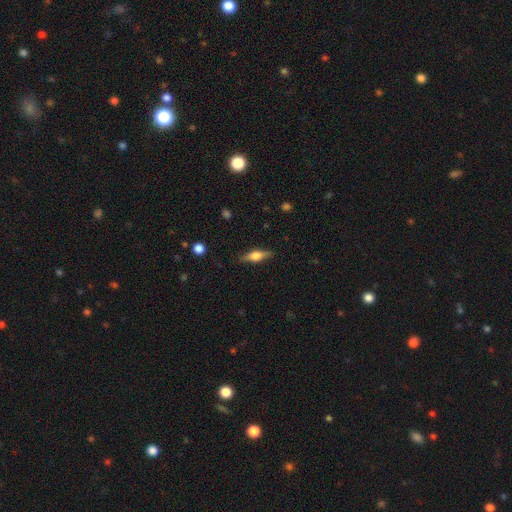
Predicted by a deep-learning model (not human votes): This appears to be a featured or disk galaxy (51%) viewed edge-on (94%). Merging: none (87%).